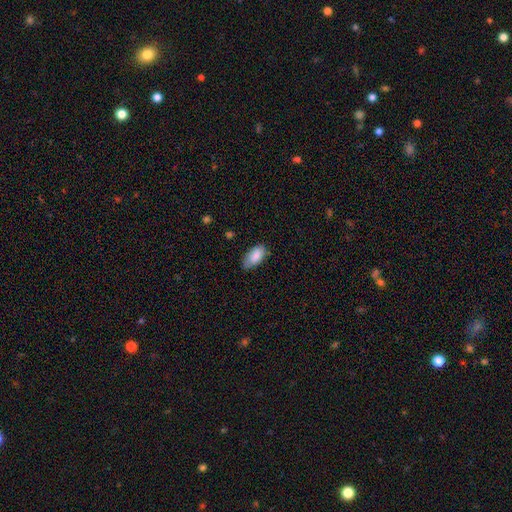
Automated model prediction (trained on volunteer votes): smooth_or_featured: smooth (p=0.85) [alt: featured or disk p=0.08]
how_rounded: in between (p=0.93) [alt: cigar-shaped p=0.04]
merging: none (p=0.69) [alt: minor disturbance p=0.25]